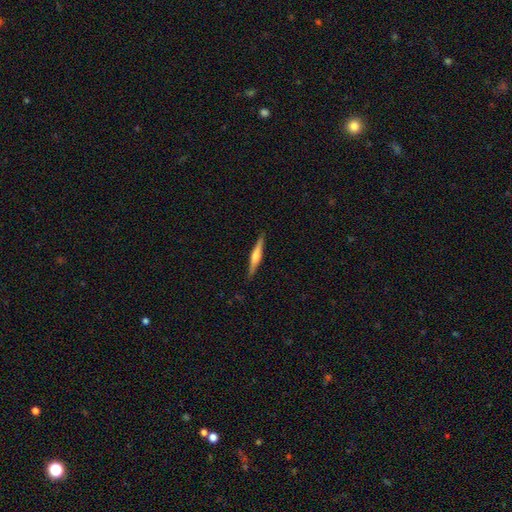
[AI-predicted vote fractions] smooth_or_featured: featured or disk (p=0.59) [alt: smooth p=0.35]
disk_edge_on: yes (p=0.98) [alt: no p=0.02]
edge_on_bulge: rounded (p=0.76) [alt: boxy p=0.16]
merging: none (p=0.89) [alt: minor disturbance p=0.08]